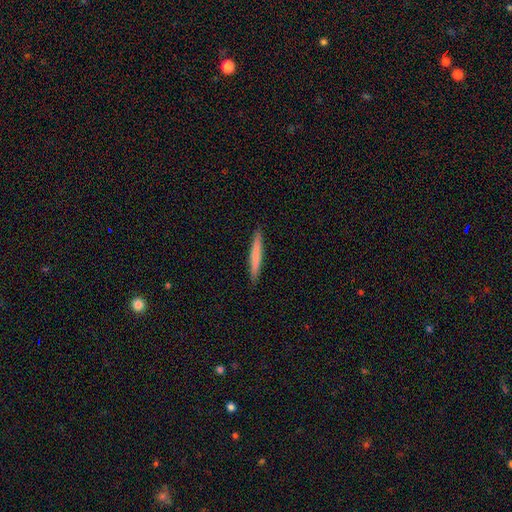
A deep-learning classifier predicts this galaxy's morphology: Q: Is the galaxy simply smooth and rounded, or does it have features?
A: smooth — 71%.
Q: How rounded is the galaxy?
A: cigar-shaped — 96%.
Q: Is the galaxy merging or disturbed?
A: none — 92%.